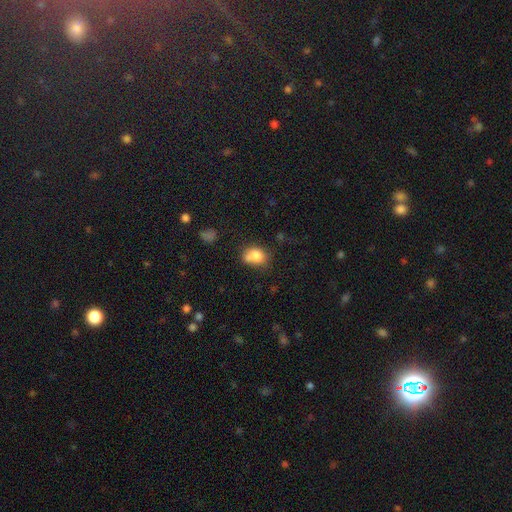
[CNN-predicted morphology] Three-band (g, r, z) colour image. It shows a smooth galaxy with no disk features (79%) that is in between round and cigar-shaped (55%). Merging: none (45%).